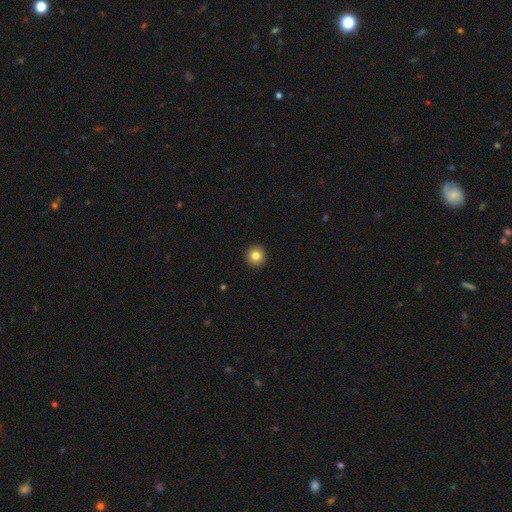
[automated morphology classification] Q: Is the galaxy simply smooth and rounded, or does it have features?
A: smooth — 83%.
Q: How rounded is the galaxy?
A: round — 95%.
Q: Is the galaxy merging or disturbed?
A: none — 94%.